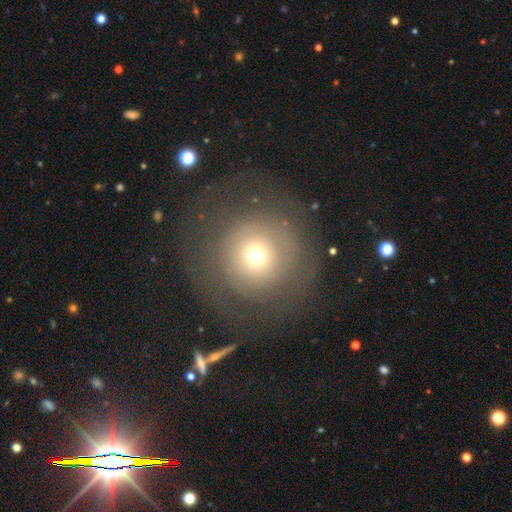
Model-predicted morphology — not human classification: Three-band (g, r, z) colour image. It shows a smooth galaxy with no disk features (59%) that is round (95%). Merging: none (67%).